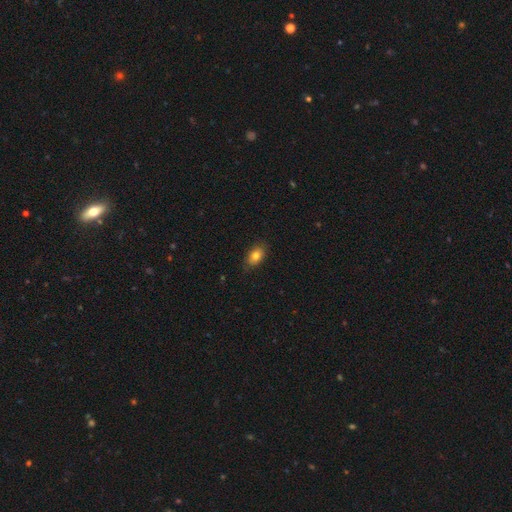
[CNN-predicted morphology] A smooth galaxy with no disk features (80%) that is in between round and cigar-shaped (83%).

Vote fractions:
- Smooth or featured? smooth: 80% / featured or disk: 11% / star or artifact: 9%
- How rounded? in between: 83% / round: 15% / cigar-shaped: 2%
- Merging? none: 82% / minor disturbance: 15% / major disturbance: 3% / merger: 1%